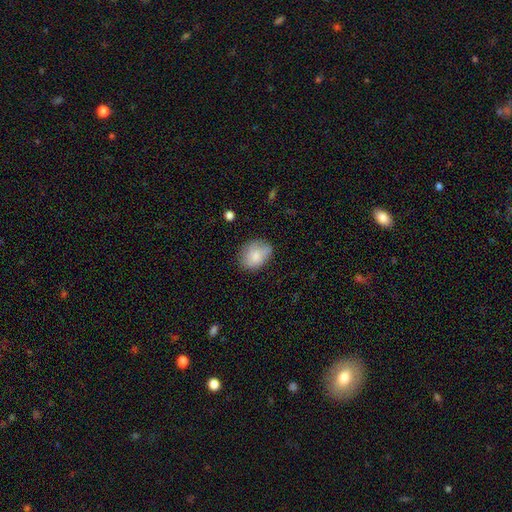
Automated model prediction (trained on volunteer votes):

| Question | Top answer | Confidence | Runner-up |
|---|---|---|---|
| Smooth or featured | smooth | 80% | featured or disk (13%) |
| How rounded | in between | 65% | round (34%) |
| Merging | none | 69% | minor disturbance (23%) |